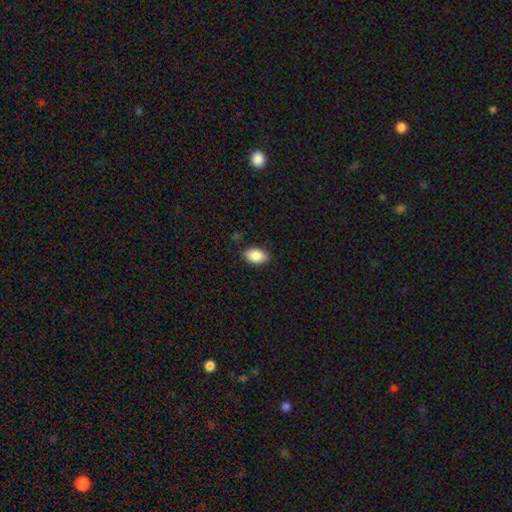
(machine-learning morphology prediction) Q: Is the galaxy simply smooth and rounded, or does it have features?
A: smooth — 88%.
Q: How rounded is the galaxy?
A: in between — 90%.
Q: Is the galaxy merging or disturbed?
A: none — 85%.